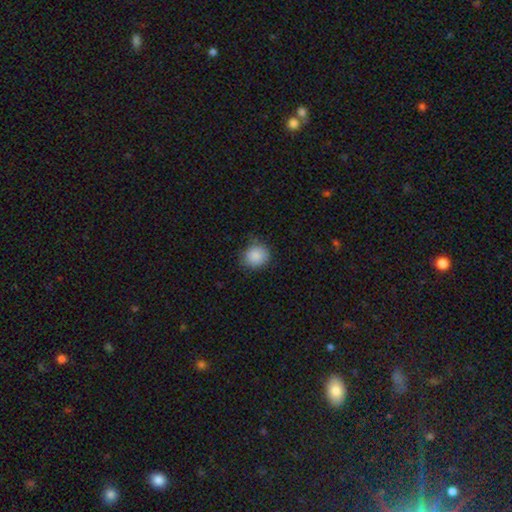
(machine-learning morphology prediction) smooth 87%, star or artifact 8%, featured or disk 5%. Down the decision tree: how rounded — round (83%); merging — none (77%).